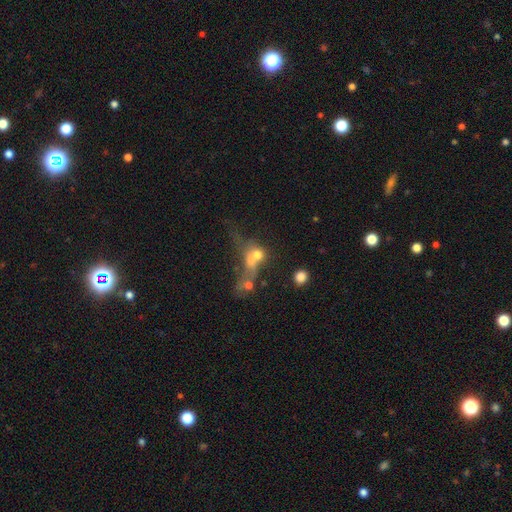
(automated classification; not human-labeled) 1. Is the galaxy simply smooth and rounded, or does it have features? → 51% smooth, 29% featured or disk, 20% star or artifact.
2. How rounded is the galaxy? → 55% round, 37% in between, 8% cigar-shaped.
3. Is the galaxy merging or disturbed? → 52% merger, 20% major disturbance, 19% none, 9% minor disturbance.